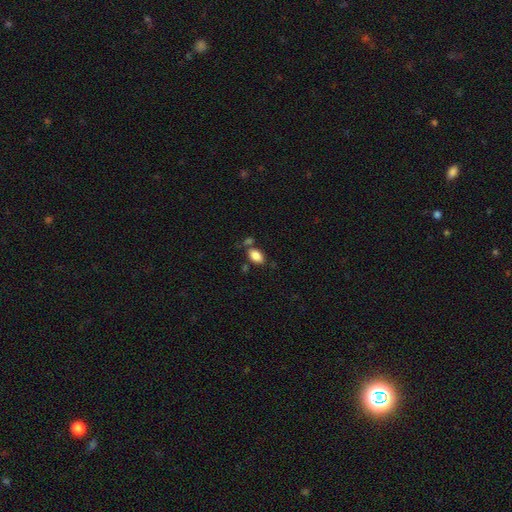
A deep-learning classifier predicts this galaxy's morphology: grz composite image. It shows a smooth galaxy with no disk features (86%) that is in between round and cigar-shaped (89%). Merging: none (68%).